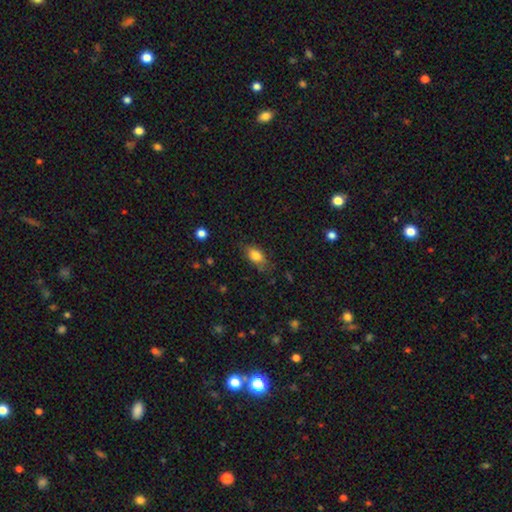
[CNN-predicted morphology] Smooth or featured? Predicted: smooth (p=0.81). How rounded? Predicted: in between (p=0.84). Merging? Predicted: none (p=0.74).